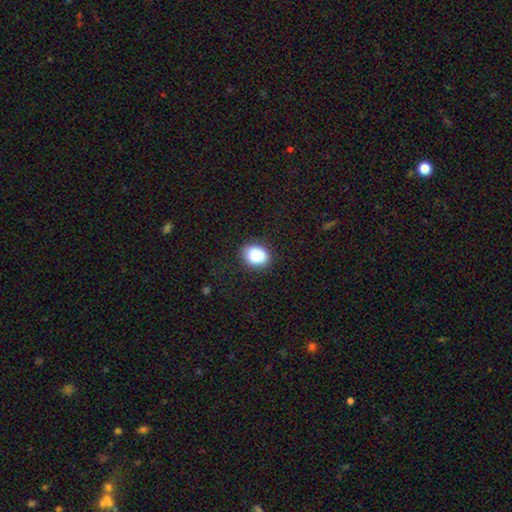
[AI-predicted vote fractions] Q: Smooth or featured?
A: smooth (85%); runner-up: star or artifact (8%)
Q: How rounded?
A: in between (54%); runner-up: round (46%)
Q: Merging?
A: none (83%); runner-up: minor disturbance (13%)